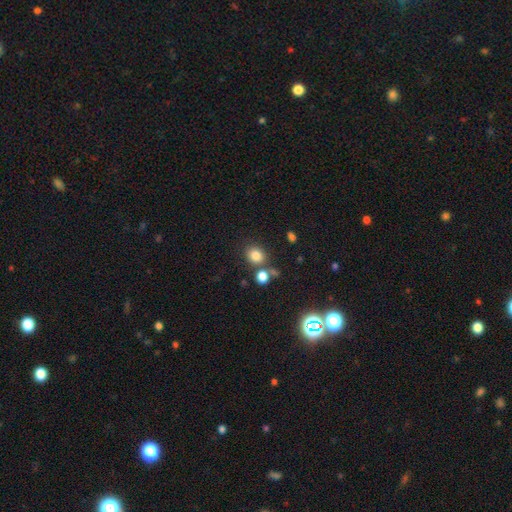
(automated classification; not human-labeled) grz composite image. It shows a smooth galaxy with no disk features (81%) that is round (69%). Merging: none (69%).